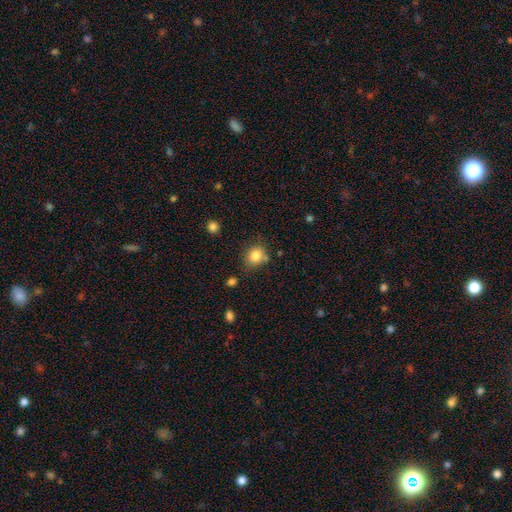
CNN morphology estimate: A smooth galaxy with no disk features (83%) that is round (70%). Merging: none (70%).